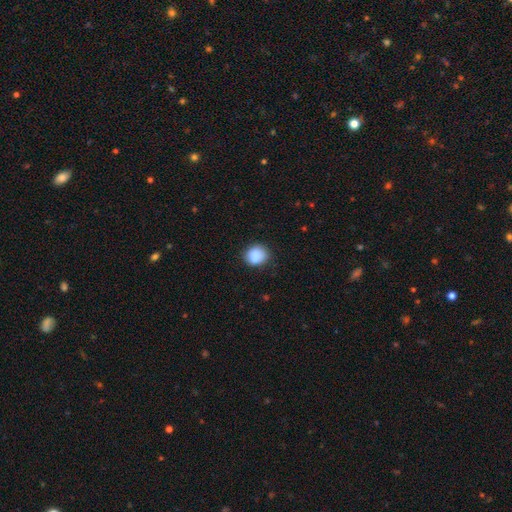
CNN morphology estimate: Smooth or featured: smooth — 89% (star or artifact — 8%)
How rounded: round — 77% (in between — 22%)
Merging: none — 83% (minor disturbance — 13%)